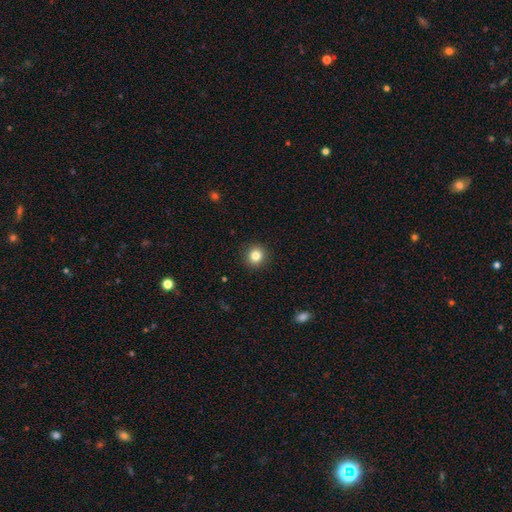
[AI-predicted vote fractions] Q: Smooth or featured?
A: smooth (83%); runner-up: star or artifact (11%)
Q: How rounded?
A: round (90%); runner-up: in between (9%)
Q: Merging?
A: none (92%); runner-up: minor disturbance (6%)